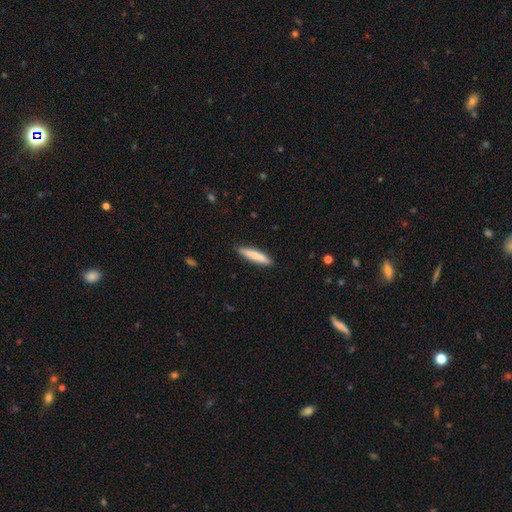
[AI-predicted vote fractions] The model was most divided on "smooth or featured": smooth: 79%, featured or disk: 15%, star or artifact: 5%. More confident: merging — none (88%); how rounded — cigar-shaped (86%).